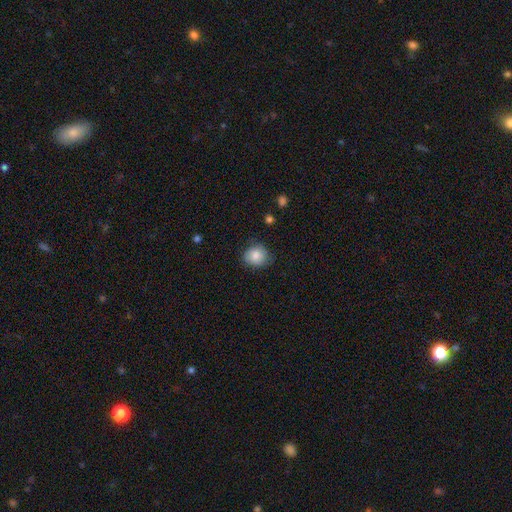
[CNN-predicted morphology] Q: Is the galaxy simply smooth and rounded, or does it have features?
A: smooth — 82%.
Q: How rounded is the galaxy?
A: round — 79%.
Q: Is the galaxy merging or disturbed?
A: none — 75%.